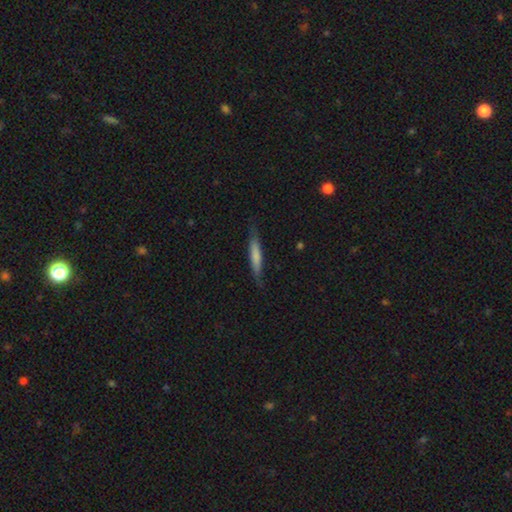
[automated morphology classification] Smooth or featured?
  - smooth: 67% *
  - featured or disk: 28%
  - star or artifact: 6%
How rounded?
  - cigar-shaped: 91% *
  - in between: 8%
  - round: 1%
Merging?
  - none: 80% *
  - minor disturbance: 15%
  - major disturbance: 3%
  - merger: 1%